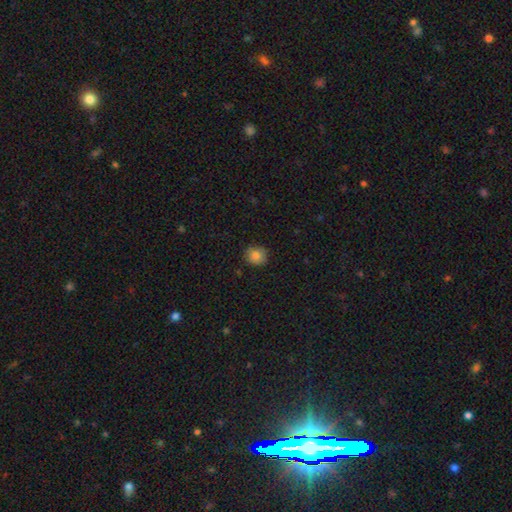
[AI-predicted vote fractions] Overall: smooth (83%). How rounded: round (76%). Merging: none (83%).